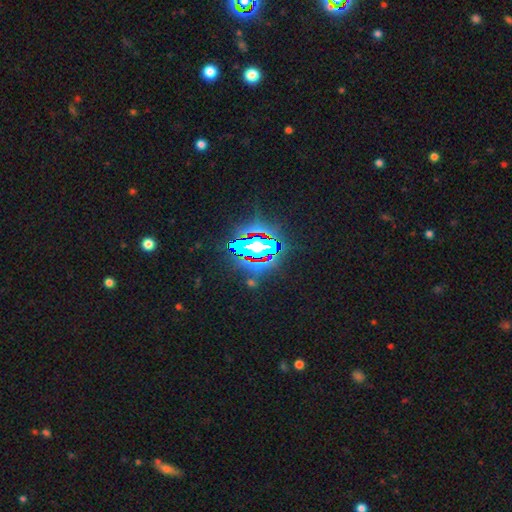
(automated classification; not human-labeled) Q: Smooth or featured?
A: star or artifact (84%); runner-up: smooth (9%)